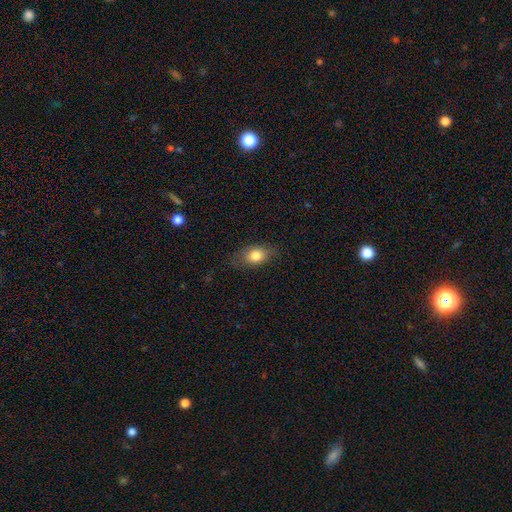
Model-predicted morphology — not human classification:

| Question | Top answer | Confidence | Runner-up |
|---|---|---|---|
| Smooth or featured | smooth | 80% | featured or disk (11%) |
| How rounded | in between | 72% | round (25%) |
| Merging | none | 75% | minor disturbance (19%) |